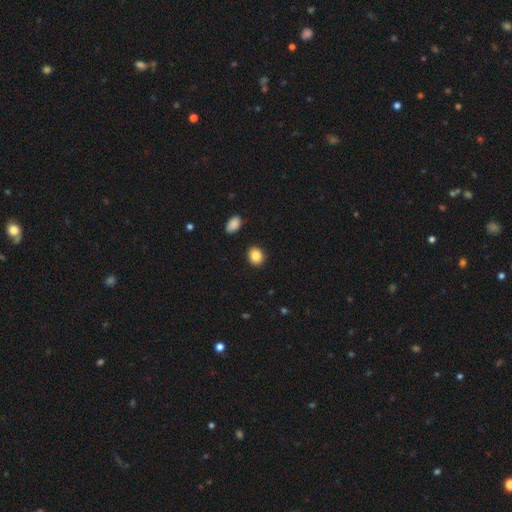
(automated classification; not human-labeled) Q: Smooth or featured?
A: smooth (85%); runner-up: star or artifact (9%)
Q: How rounded?
A: round (68%); runner-up: in between (31%)
Q: Merging?
A: none (90%); runner-up: minor disturbance (6%)